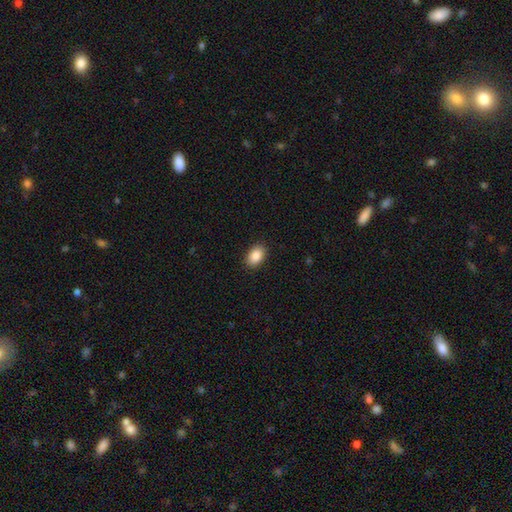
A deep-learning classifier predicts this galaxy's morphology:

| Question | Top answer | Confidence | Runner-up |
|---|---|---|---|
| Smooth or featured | smooth | 88% | star or artifact (8%) |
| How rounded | in between | 87% | round (12%) |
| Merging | none | 90% | minor disturbance (8%) |